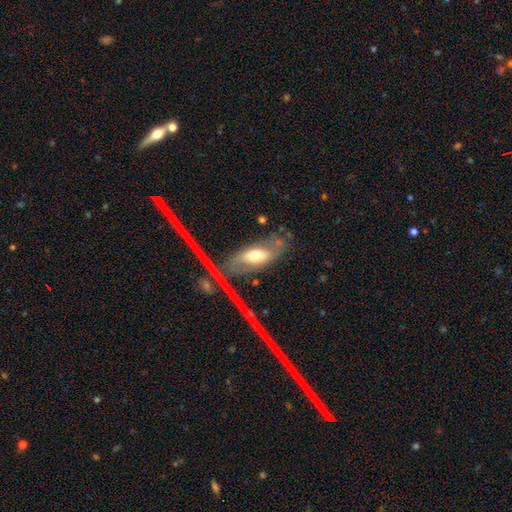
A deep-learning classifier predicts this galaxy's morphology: smooth 47%, featured or disk 45%, star or artifact 8%. Down the decision tree: merging — none (53%).